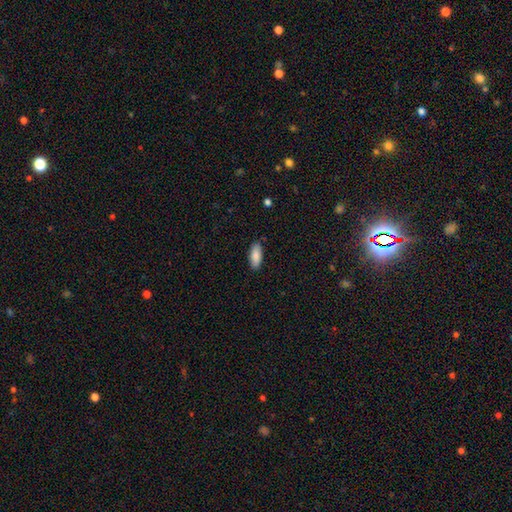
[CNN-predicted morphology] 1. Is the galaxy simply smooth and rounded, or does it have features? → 88% smooth, 6% featured or disk, 6% star or artifact.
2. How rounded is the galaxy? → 83% in between, 16% cigar-shaped, 2% round.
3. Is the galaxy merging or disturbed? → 85% none, 12% minor disturbance, 2% major disturbance, 1% merger.